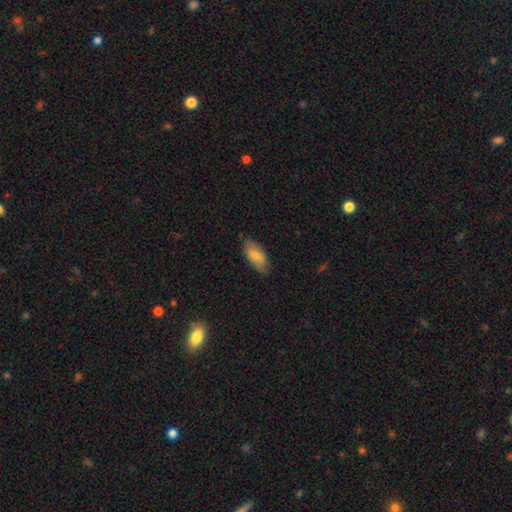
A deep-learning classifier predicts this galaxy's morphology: Smooth or featured?
  - smooth: 75% *
  - featured or disk: 19%
  - star or artifact: 6%
How rounded?
  - in between: 90% *
  - cigar-shaped: 7%
  - round: 2%
Merging?
  - none: 79% *
  - minor disturbance: 17%
  - major disturbance: 3%
  - merger: 1%